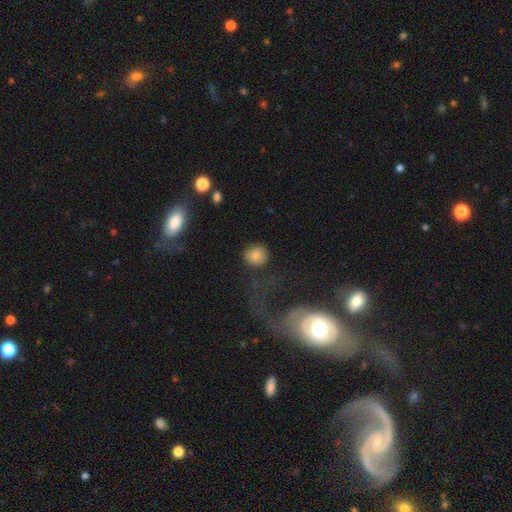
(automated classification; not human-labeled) smooth 81%, star or artifact 10%, featured or disk 9%. Down the decision tree: how rounded — round (86%); merging — none (79%).